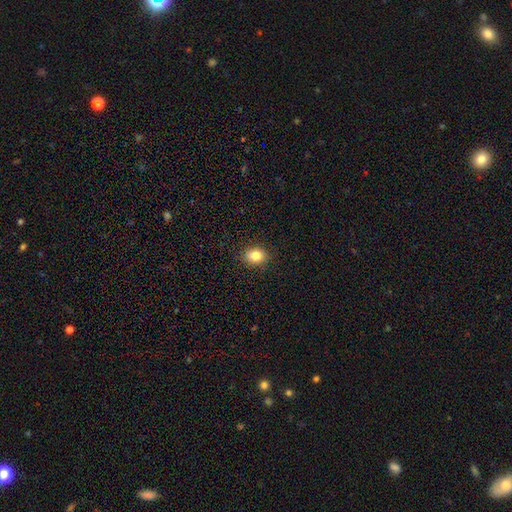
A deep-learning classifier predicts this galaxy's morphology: This is clearly a smooth galaxy (82%). How rounded: possibly in between (56%). Merging: clearly none (89%).